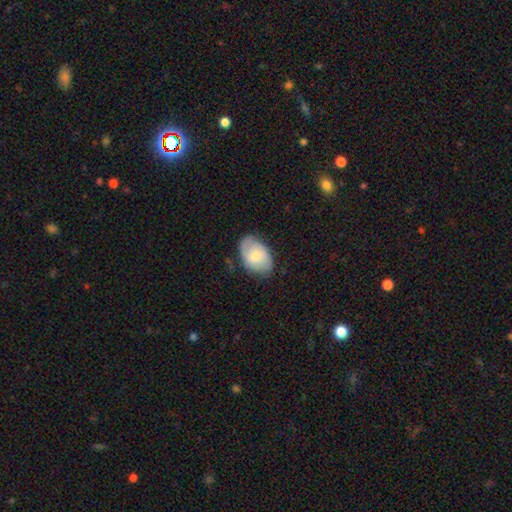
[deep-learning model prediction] Morphology: type=smooth (59%); roundness=in between (86%); merging=none (69%).